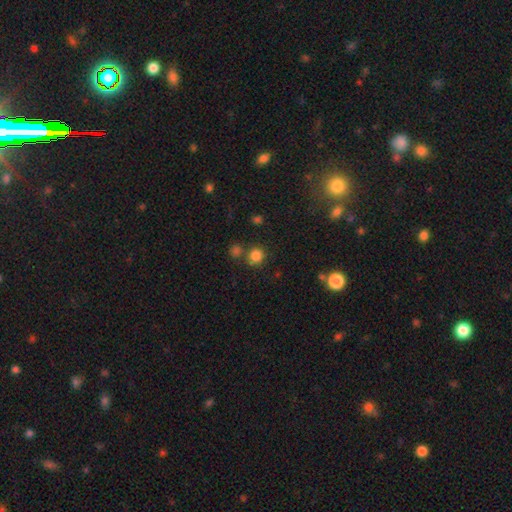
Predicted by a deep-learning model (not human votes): Smooth or featured? Predicted: smooth (p=0.82). How rounded? Predicted: round (p=0.88). Merging? Predicted: none (p=0.72).